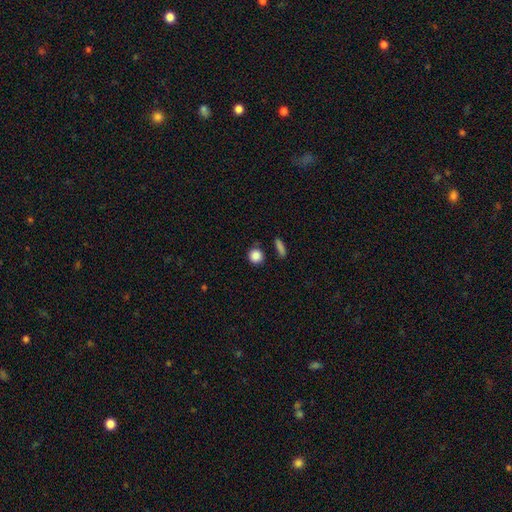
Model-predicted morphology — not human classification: A smooth galaxy with no disk features (87%) that is round (89%). Merging: none (79%).